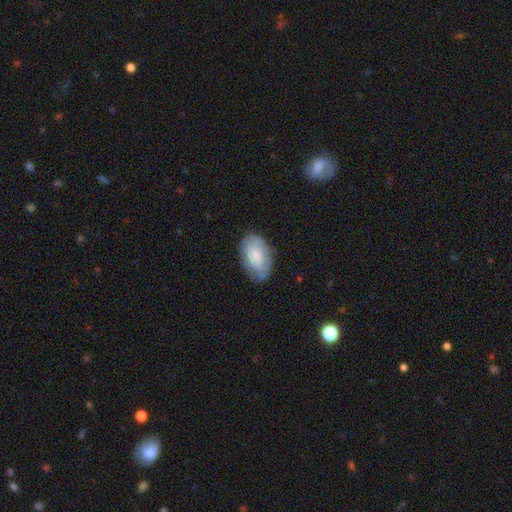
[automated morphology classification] smooth_or_featured: smooth (p=0.70) [alt: featured or disk p=0.24]
how_rounded: in between (p=0.94) [alt: round p=0.05]
merging: none (p=0.75) [alt: minor disturbance p=0.20]